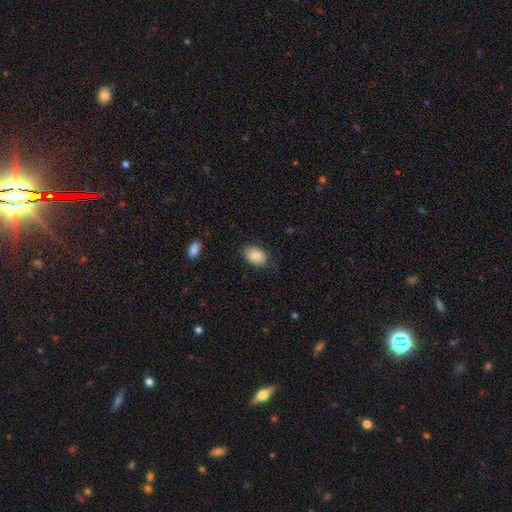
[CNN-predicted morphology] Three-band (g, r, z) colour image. It shows a smooth galaxy with no disk features (85%) that is in between round and cigar-shaped (81%). Merging: none (74%).